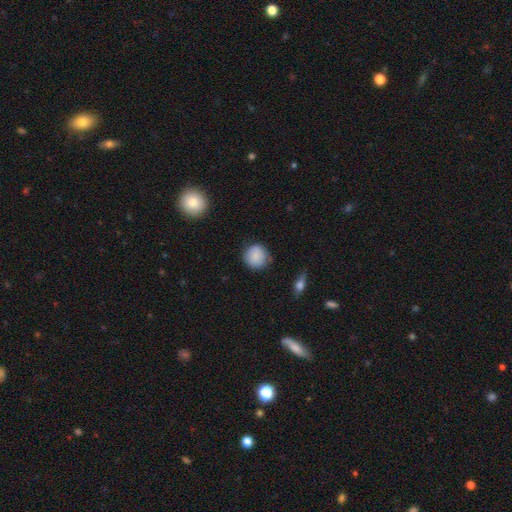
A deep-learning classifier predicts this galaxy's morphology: The model was most divided on "merging": none: 82%, minor disturbance: 13%, major disturbance: 3%, merger: 2%. More confident: how rounded — round (92%); smooth or featured — smooth (85%).